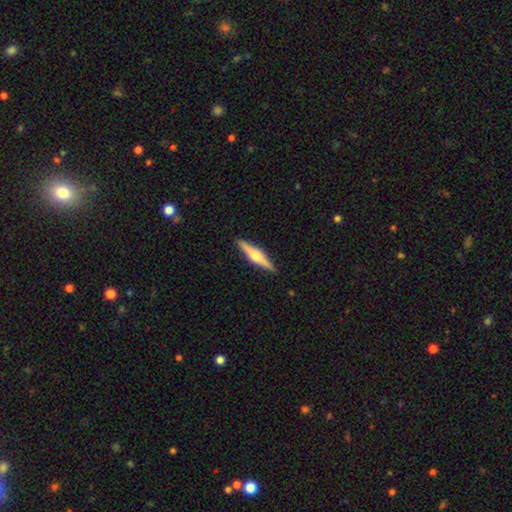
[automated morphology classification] Smooth or featured: featured or disk — 67% (smooth — 28%)
Edge-on disk: yes — 98% (no — 2%)
Edge-on bulge: rounded — 88% (boxy — 8%)
Merging: none — 91% (minor disturbance — 6%)